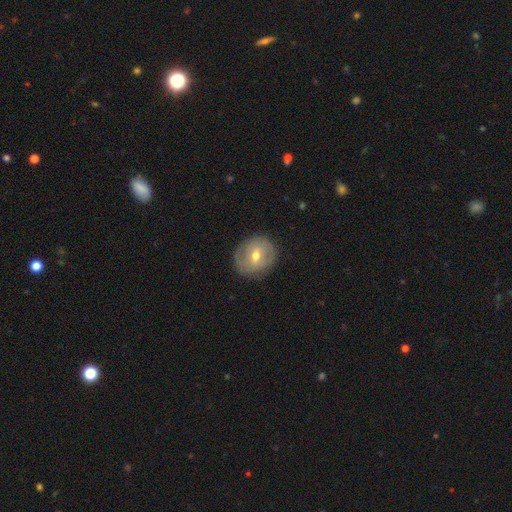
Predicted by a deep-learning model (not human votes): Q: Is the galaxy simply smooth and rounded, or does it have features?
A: featured or disk — 52%.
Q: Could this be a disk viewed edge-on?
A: no — 95%.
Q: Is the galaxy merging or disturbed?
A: none — 82%.